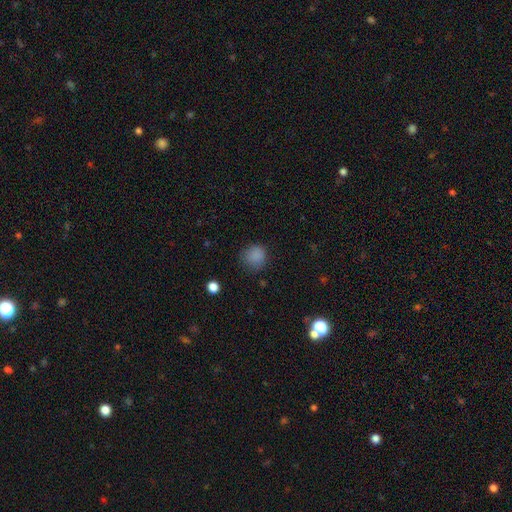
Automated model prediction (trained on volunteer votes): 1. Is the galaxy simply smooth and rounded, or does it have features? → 83% smooth, 12% star or artifact, 4% featured or disk.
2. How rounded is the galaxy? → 87% round, 12% in between, 1% cigar-shaped.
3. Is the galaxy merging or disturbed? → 73% none, 19% minor disturbance, 6% major disturbance, 1% merger.